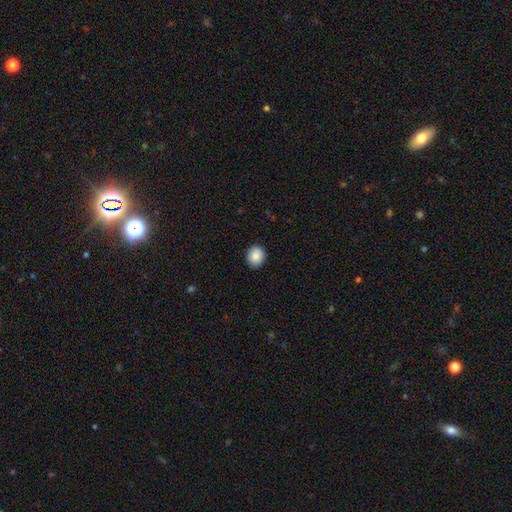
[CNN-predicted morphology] Smooth or featured? smooth (88%)
How rounded? round (63%)
Merging? none (90%)